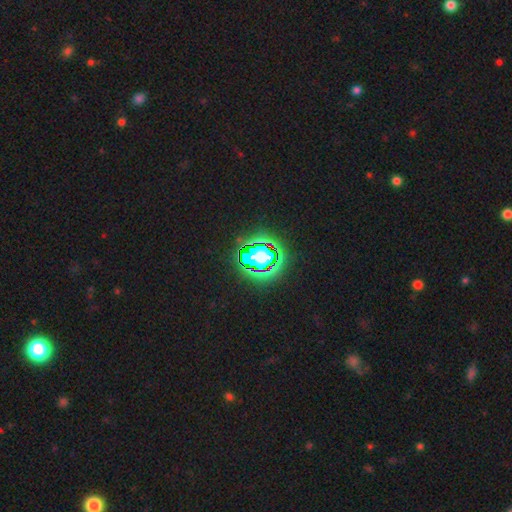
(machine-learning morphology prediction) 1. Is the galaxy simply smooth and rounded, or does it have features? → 82% star or artifact, 12% smooth, 6% featured or disk.